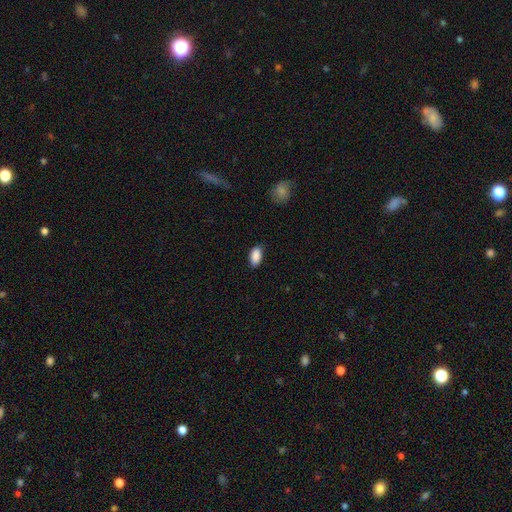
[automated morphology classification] The model was most divided on "merging": none: 82%, minor disturbance: 14%, major disturbance: 3%, merger: 1%. More confident: how rounded — in between (93%); smooth or featured — smooth (89%).